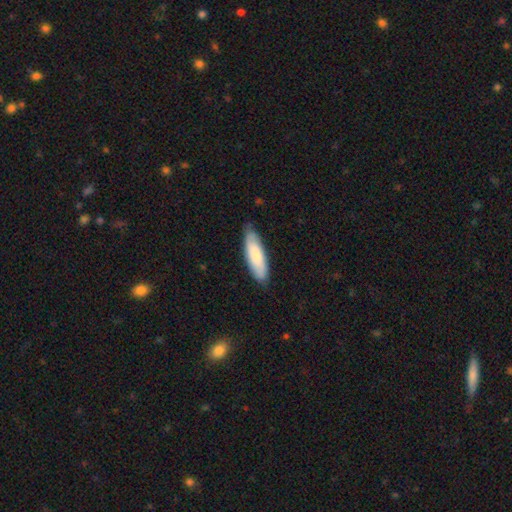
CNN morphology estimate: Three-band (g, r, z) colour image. It shows a smooth galaxy with no disk features (79%) that is in between round and cigar-shaped (51%). Merging: none (78%).